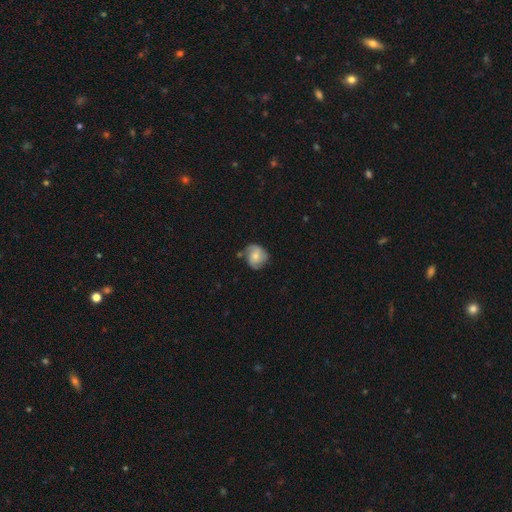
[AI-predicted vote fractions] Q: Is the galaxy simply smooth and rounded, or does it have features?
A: featured or disk — 49%.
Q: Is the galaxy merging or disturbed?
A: none — 61%.